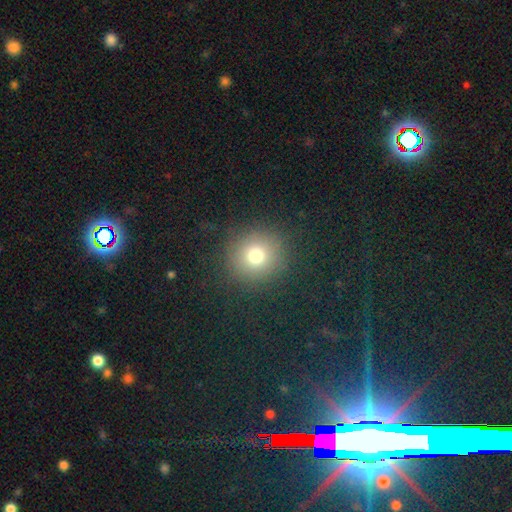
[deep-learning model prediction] Morphology: type=smooth (75%); roundness=round (92%); merging=none (87%).